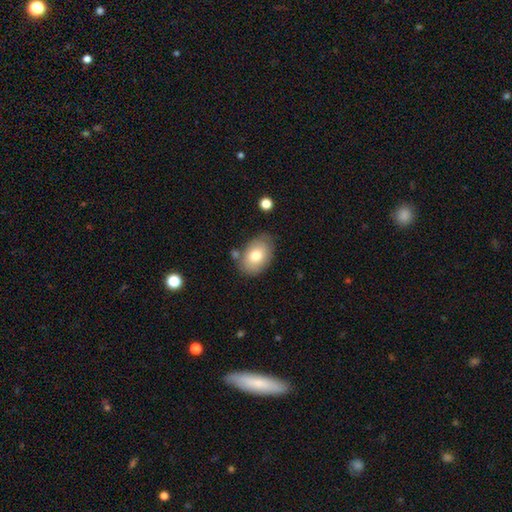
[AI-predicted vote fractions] Morphology: type=smooth (78%); roundness=in between (83%); merging=none (73%).